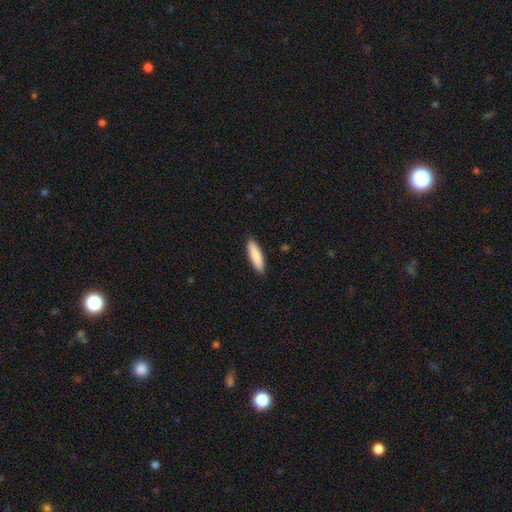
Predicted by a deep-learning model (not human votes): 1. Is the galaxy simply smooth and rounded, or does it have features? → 87% smooth, 8% featured or disk, 5% star or artifact.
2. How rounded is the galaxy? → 66% cigar-shaped, 33% in between, 1% round.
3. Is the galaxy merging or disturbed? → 90% none, 7% minor disturbance, 2% major disturbance, 1% merger.